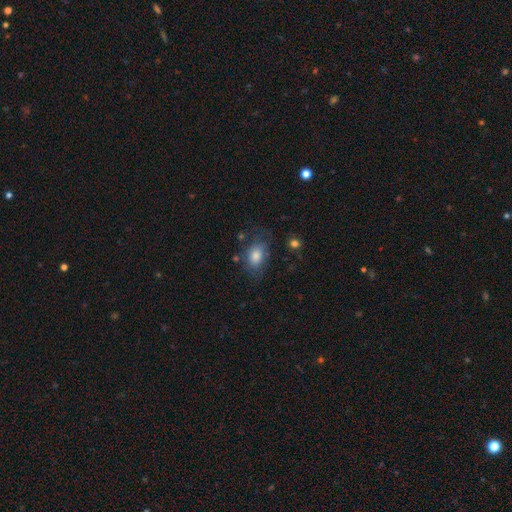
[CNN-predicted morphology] Smooth or featured: smooth — 71% (featured or disk — 19%)
How rounded: in between — 85% (round — 13%)
Merging: none — 62% (minor disturbance — 23%)